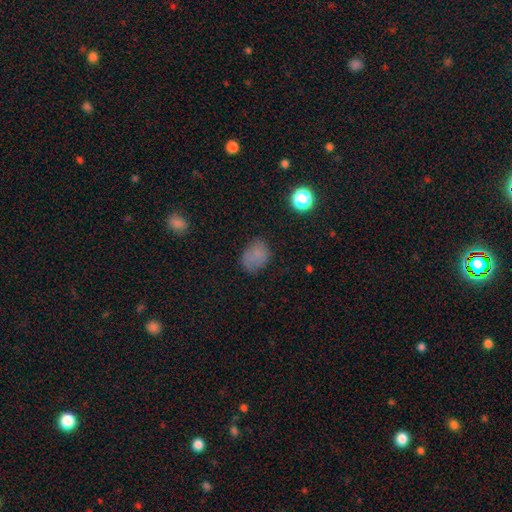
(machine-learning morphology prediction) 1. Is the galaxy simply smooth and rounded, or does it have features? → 75% smooth, 15% star or artifact, 10% featured or disk.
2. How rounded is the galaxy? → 63% in between, 36% round, 1% cigar-shaped.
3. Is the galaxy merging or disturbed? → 69% none, 22% minor disturbance, 7% major disturbance, 2% merger.